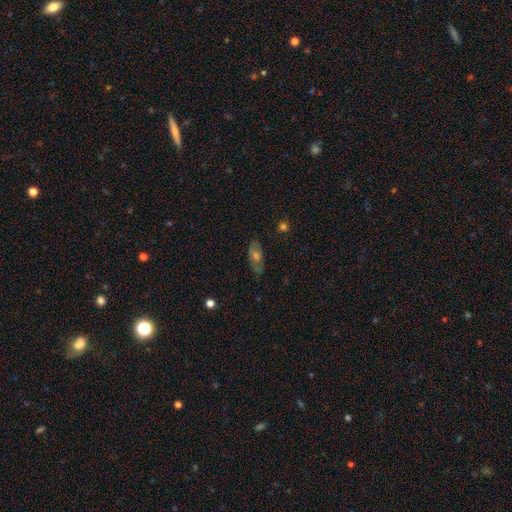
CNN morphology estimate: Smooth or featured? Predicted: featured or disk (p=0.47). Merging? Predicted: none (p=0.80).